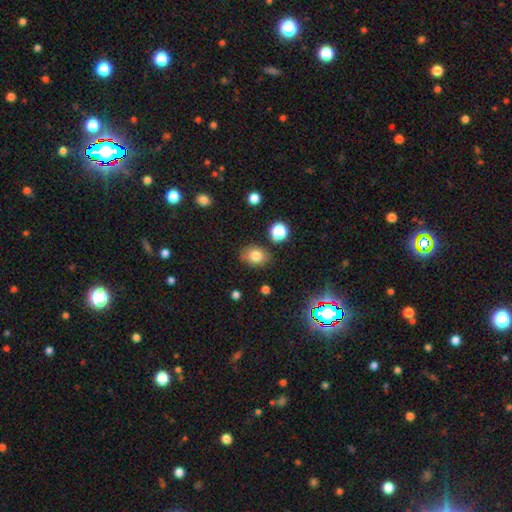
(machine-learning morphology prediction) Smooth or featured? Predicted: smooth (p=0.79). How rounded? Predicted: in between (p=0.61). Merging? Predicted: none (p=0.81).